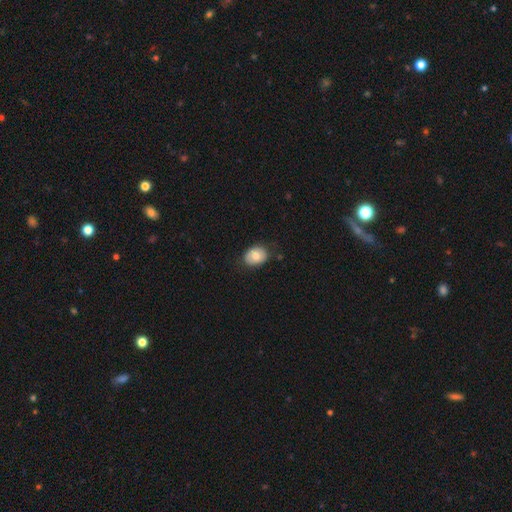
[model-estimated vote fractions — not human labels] Q: Smooth or featured?
A: smooth (75%); runner-up: featured or disk (17%)
Q: How rounded?
A: in between (61%); runner-up: round (38%)
Q: Merging?
A: none (79%); runner-up: minor disturbance (16%)